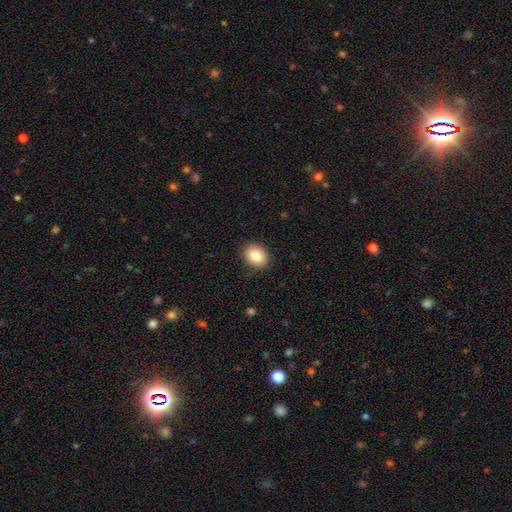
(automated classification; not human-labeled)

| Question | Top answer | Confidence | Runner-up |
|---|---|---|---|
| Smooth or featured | smooth | 84% | star or artifact (8%) |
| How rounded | in between | 61% | round (39%) |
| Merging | none | 88% | minor disturbance (9%) |